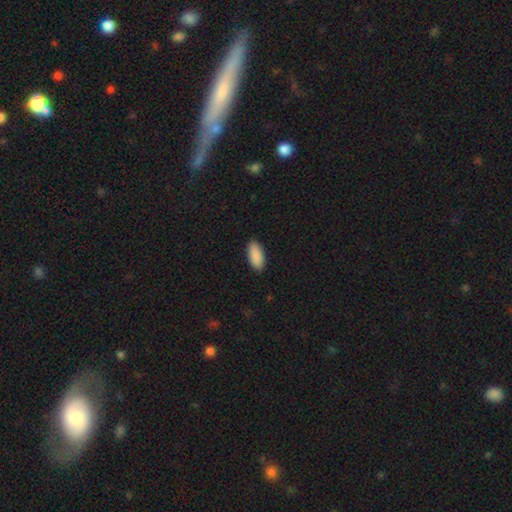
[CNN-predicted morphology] Smooth or featured? smooth (91%)
How rounded? in between (89%)
Merging? none (88%)